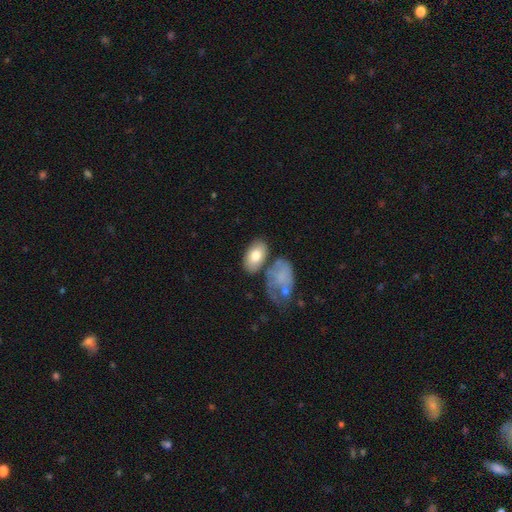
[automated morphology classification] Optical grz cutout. It shows a smooth galaxy with no disk features (75%) that is in between round and cigar-shaped (93%). Merging: none (62%).